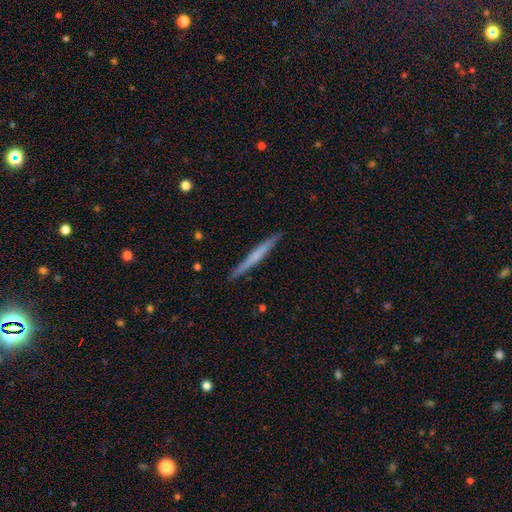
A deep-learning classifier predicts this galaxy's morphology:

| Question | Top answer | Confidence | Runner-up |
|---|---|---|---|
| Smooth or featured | smooth | 48% | featured or disk (47%) |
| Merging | none | 92% | minor disturbance (6%) |